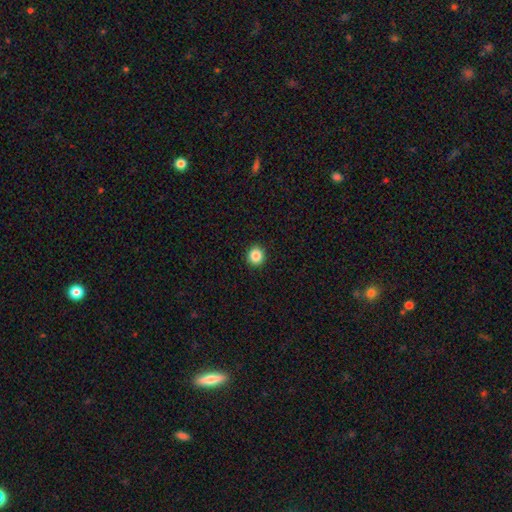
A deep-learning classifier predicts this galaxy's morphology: A smooth galaxy with no disk features (87%) that is round (91%).

Vote fractions:
- Smooth or featured? smooth: 87% / star or artifact: 10% / featured or disk: 4%
- How rounded? round: 91% / in between: 8% / cigar-shaped: 1%
- Merging? none: 93% / minor disturbance: 5% / major disturbance: 2% / merger: 1%